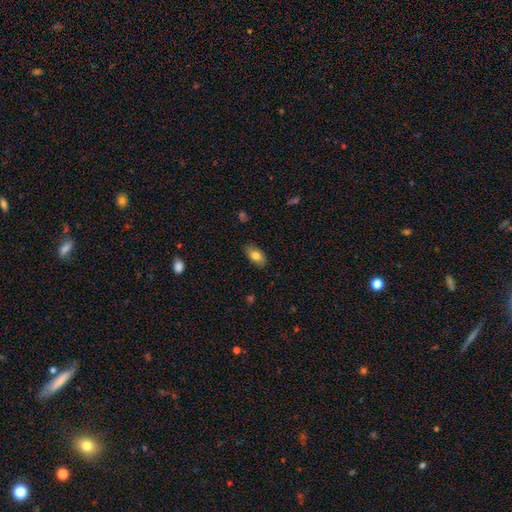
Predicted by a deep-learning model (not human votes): The model was most divided on "smooth or featured": smooth: 80%, featured or disk: 13%, star or artifact: 7%. More confident: how rounded — in between (92%); merging — none (86%).